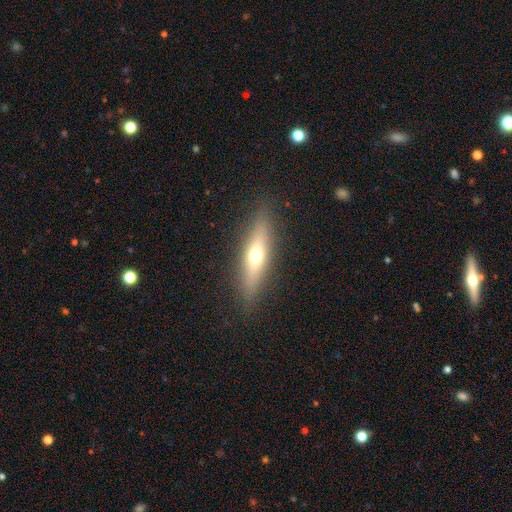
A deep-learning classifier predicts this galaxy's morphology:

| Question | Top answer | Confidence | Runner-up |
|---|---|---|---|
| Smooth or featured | smooth | 49% | featured or disk (43%) |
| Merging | none | 88% | minor disturbance (8%) |